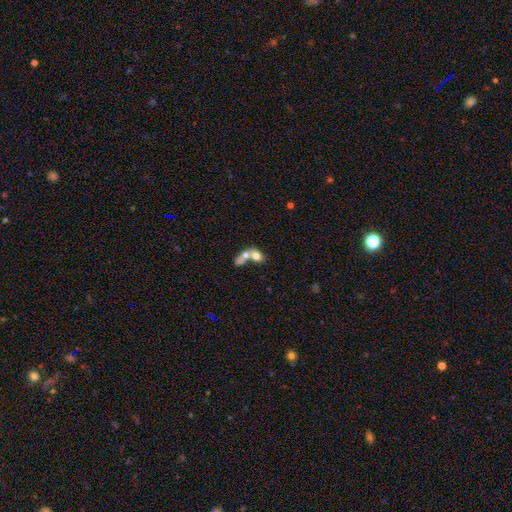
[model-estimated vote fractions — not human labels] A smooth galaxy with no disk features (68%) that is in between round and cigar-shaped (66%).

Vote fractions:
- Smooth or featured? smooth: 68% / featured or disk: 23% / star or artifact: 9%
- How rounded? in between: 66% / round: 31% / cigar-shaped: 3%
- Merging? merger: 72% / none: 17% / minor disturbance: 6% / major disturbance: 6%